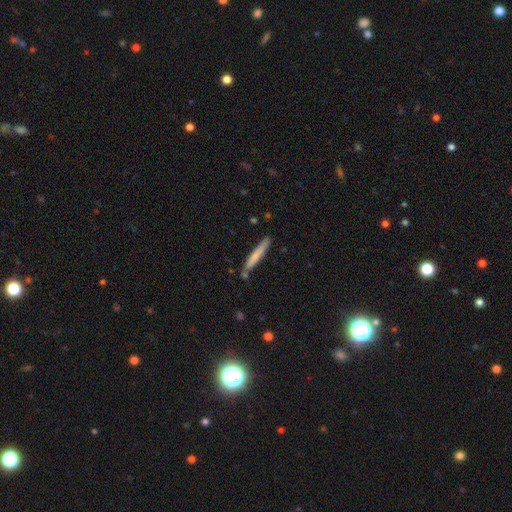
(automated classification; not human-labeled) Q: Smooth or featured?
A: smooth (71%); runner-up: featured or disk (24%)
Q: How rounded?
A: cigar-shaped (95%); runner-up: in between (4%)
Q: Merging?
A: none (78%); runner-up: minor disturbance (14%)